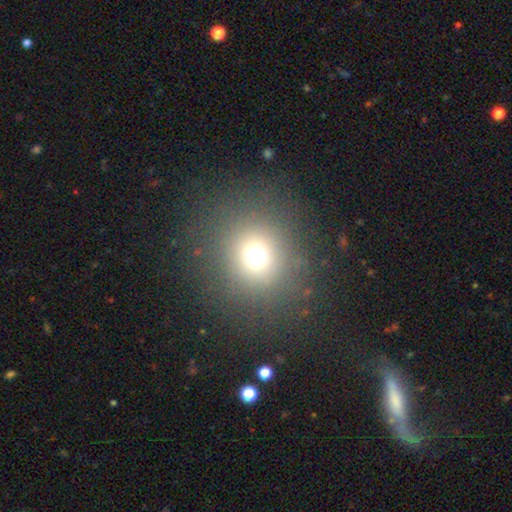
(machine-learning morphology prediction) smooth_or_featured: smooth (p=0.68) [alt: star or artifact p=0.24]
how_rounded: round (p=0.91) [alt: in between p=0.08]
merging: none (p=0.85) [alt: minor disturbance p=0.07]